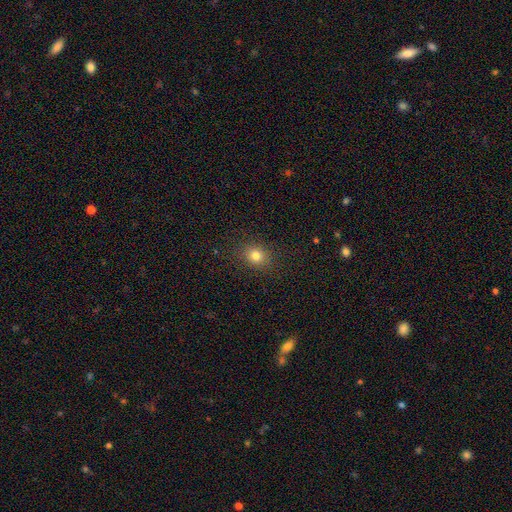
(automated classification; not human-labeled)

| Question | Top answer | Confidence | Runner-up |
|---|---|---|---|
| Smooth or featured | smooth | 80% | star or artifact (13%) |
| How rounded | round | 66% | in between (33%) |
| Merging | none | 88% | minor disturbance (8%) |